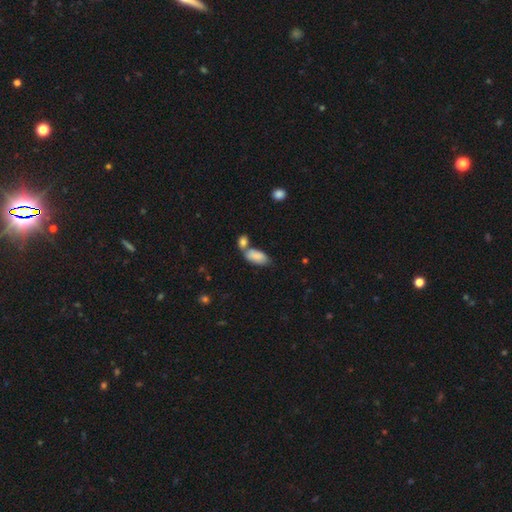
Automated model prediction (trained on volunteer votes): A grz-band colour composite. It shows a smooth galaxy with no disk features (85%) that is in between round and cigar-shaped (92%). Merging: merger (42%).